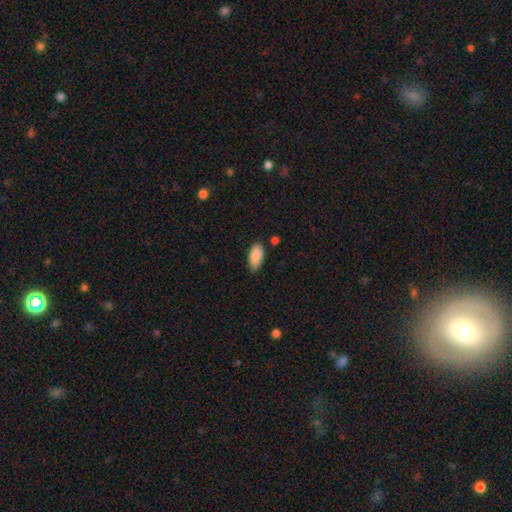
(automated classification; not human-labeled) Smooth or featured: smooth — 88% (star or artifact — 6%)
How rounded: in between — 92% (cigar-shaped — 6%)
Merging: none — 81% (minor disturbance — 14%)